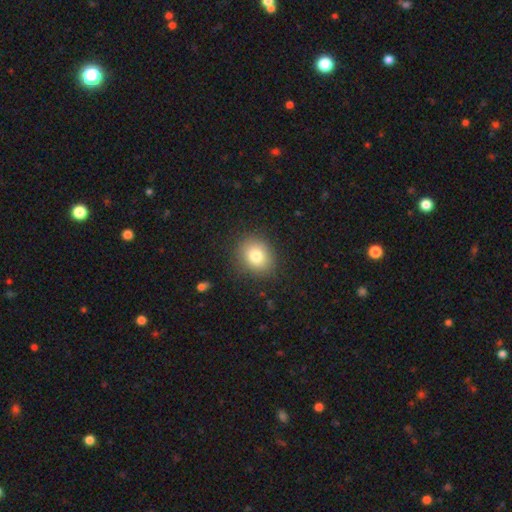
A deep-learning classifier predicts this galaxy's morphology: A smooth galaxy with no disk features (79%) that is round (65%). Merging: none (86%).